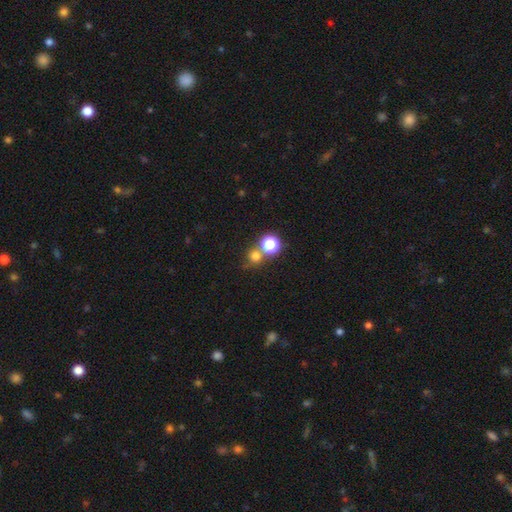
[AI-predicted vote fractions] A smooth galaxy with no disk features (70%) that is round (90%). Merging: none (61%).